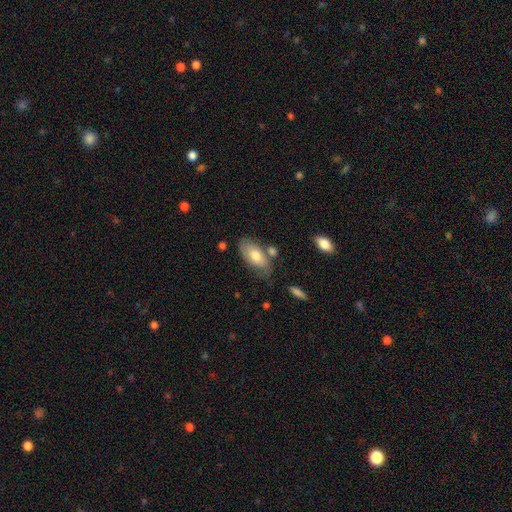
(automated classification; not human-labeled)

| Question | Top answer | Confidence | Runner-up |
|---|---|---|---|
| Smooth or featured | smooth | 73% | featured or disk (21%) |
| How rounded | in between | 91% | cigar-shaped (5%) |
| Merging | none | 62% | minor disturbance (21%) |